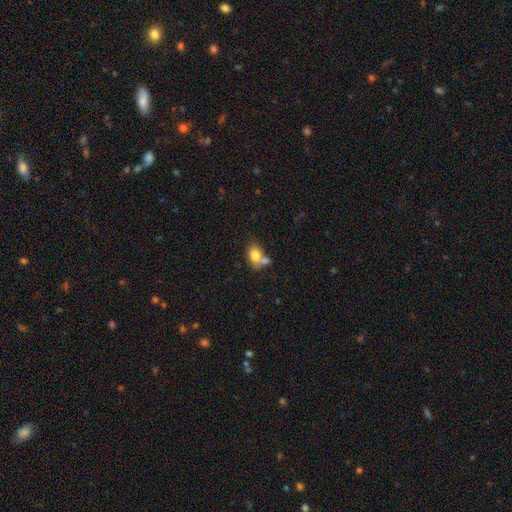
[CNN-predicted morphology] Smooth or featured? Predicted: smooth (p=0.78). How rounded? Predicted: in between (p=0.71). Merging? Predicted: merger (p=0.46).